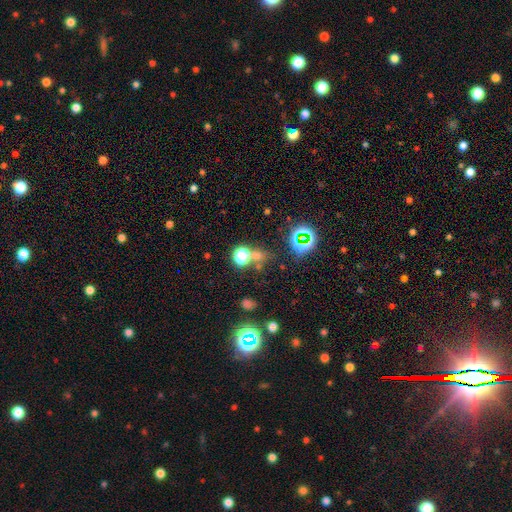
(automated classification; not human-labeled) Smooth or featured? Predicted: star or artifact (p=0.47).